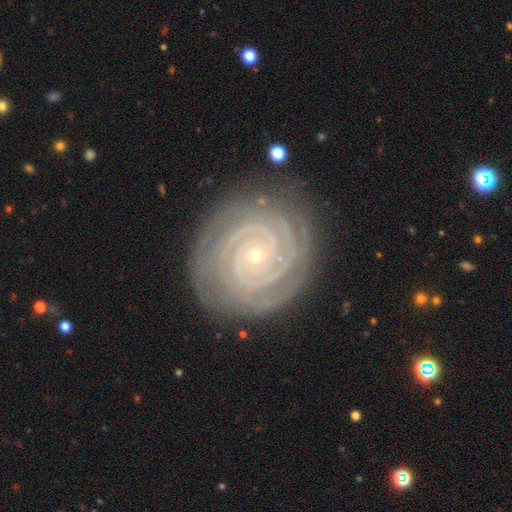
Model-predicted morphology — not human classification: featured or disk 92%, star or artifact 5%, smooth 4%. Down the decision tree: edge-on disk — no (98%); bar — no (79%); spiral arms — yes (99%); spiral arm count — 2 (30%); spiral winding — tight (91%); bulge size — small (89%); merging — none (85%).